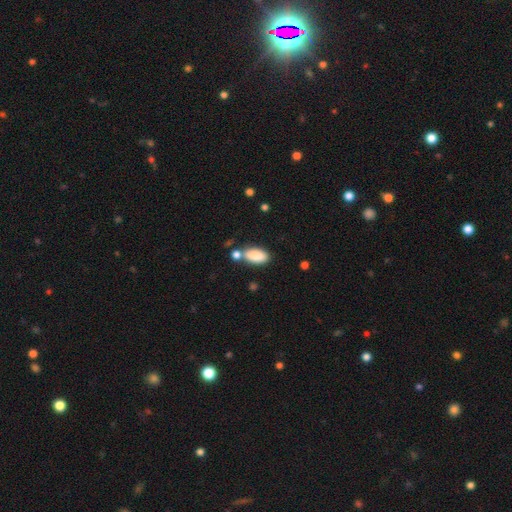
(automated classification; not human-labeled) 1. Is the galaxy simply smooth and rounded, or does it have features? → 86% smooth, 7% featured or disk, 7% star or artifact.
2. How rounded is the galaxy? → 92% in between, 5% cigar-shaped, 3% round.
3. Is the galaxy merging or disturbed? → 64% none, 20% merger, 13% minor disturbance, 4% major disturbance.